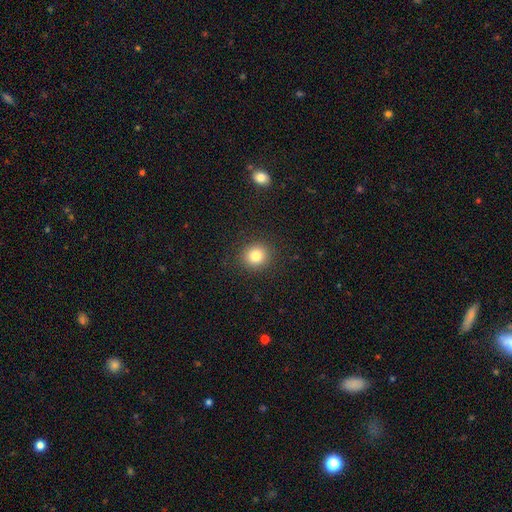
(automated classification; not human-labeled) Morphology: type=smooth (81%); roundness=round (89%); merging=none (91%).